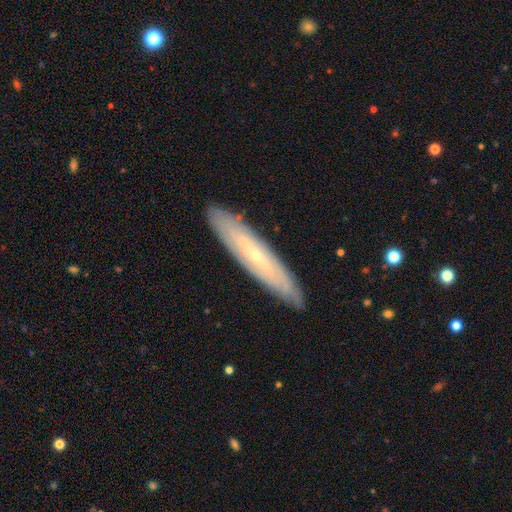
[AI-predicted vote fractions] This is likely a featured or disk galaxy (65%). It is possibly viewed edge-on (59%). Merging: clearly none (88%).